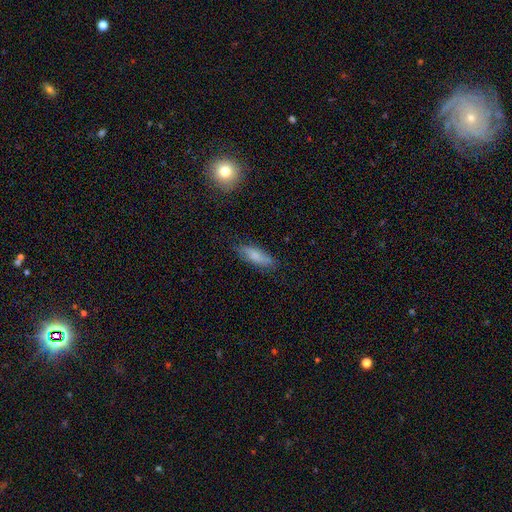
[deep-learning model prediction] Smooth or featured?
  - smooth: 76% *
  - featured or disk: 17%
  - star or artifact: 7%
How rounded?
  - in between: 50% *
  - cigar-shaped: 48%
  - round: 2%
Merging?
  - none: 79% *
  - minor disturbance: 16%
  - major disturbance: 3%
  - merger: 2%